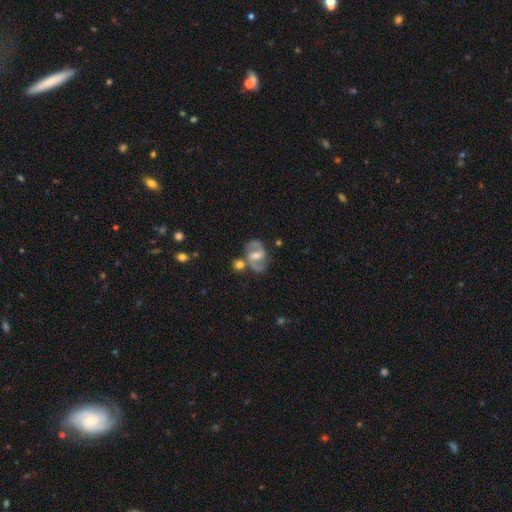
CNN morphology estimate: Smooth or featured? featured or disk (84%)
Edge-on disk? no (97%)
Bar? weak (50%)
Spiral arms? yes (94%)
Spiral winding? medium (58%)
Spiral arm count? 2 (92%)
Bulge size? moderate (55%)
Merging? none (70%)